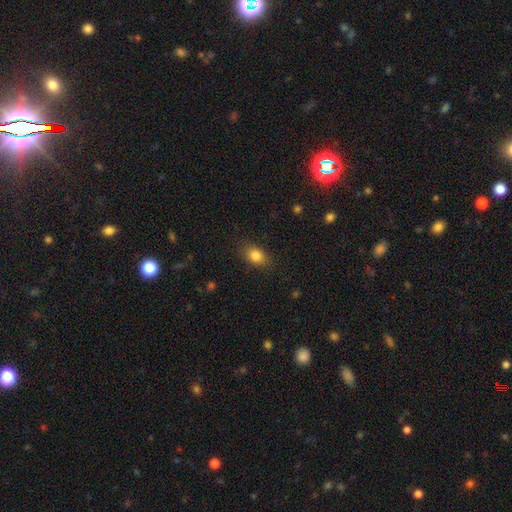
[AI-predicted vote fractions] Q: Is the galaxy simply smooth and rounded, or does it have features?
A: smooth — 83%.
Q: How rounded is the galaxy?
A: in between — 72%.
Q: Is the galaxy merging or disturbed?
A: none — 82%.